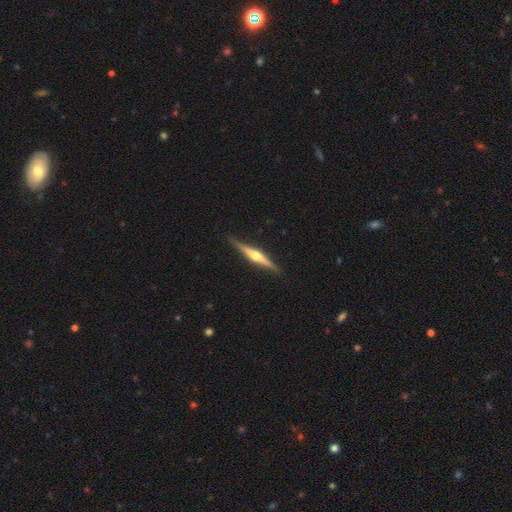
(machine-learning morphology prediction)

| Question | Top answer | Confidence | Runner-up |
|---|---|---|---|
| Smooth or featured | featured or disk | 78% | smooth (17%) |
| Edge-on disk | yes | 98% | no (2%) |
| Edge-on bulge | rounded | 93% | boxy (4%) |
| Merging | none | 90% | minor disturbance (8%) |